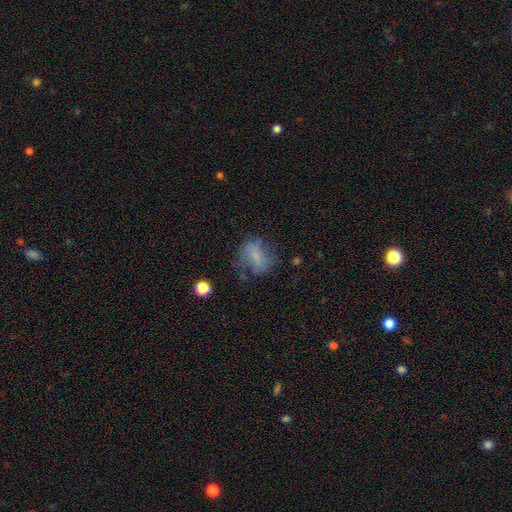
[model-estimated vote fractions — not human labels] Smooth or featured: smooth — 61% (featured or disk — 26%)
How rounded: in between — 55% (round — 43%)
Merging: none — 49% (minor disturbance — 26%)